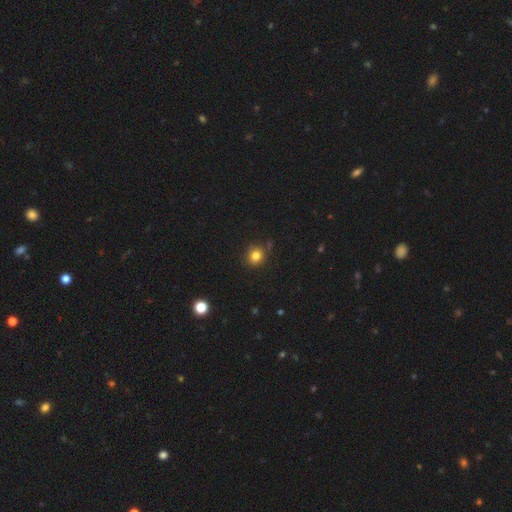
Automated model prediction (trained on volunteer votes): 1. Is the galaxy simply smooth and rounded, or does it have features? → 82% smooth, 13% star or artifact, 5% featured or disk.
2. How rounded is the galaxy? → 86% round, 13% in between, 1% cigar-shaped.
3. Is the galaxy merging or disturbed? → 83% none, 11% minor disturbance, 3% merger, 3% major disturbance.